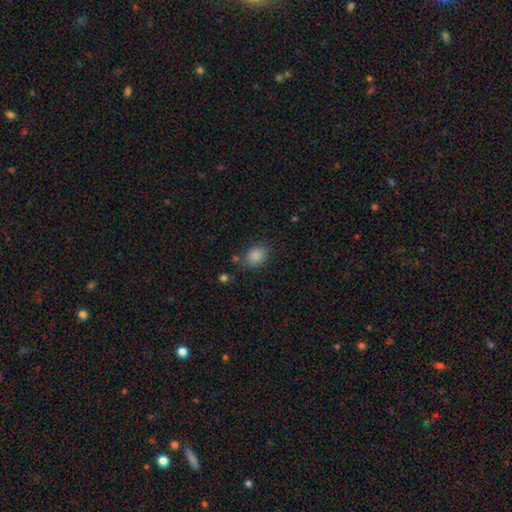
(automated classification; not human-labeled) Smooth or featured: smooth — 86% (star or artifact — 10%)
How rounded: round — 50% (in between — 49%)
Merging: none — 77% (minor disturbance — 14%)